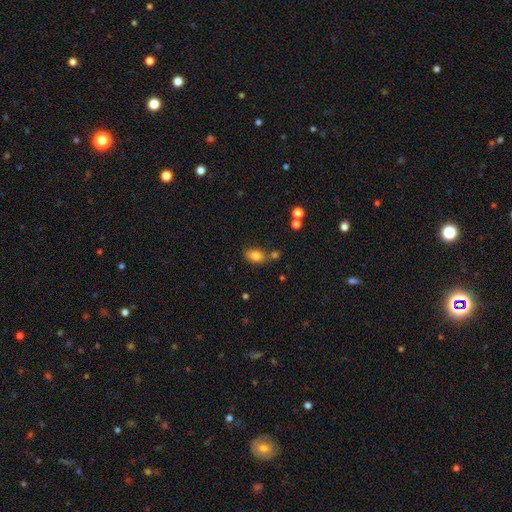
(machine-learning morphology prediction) This appears to be a smooth galaxy with no disk features (80%) that is in between round and cigar-shaped (83%). Merging: none (64%).